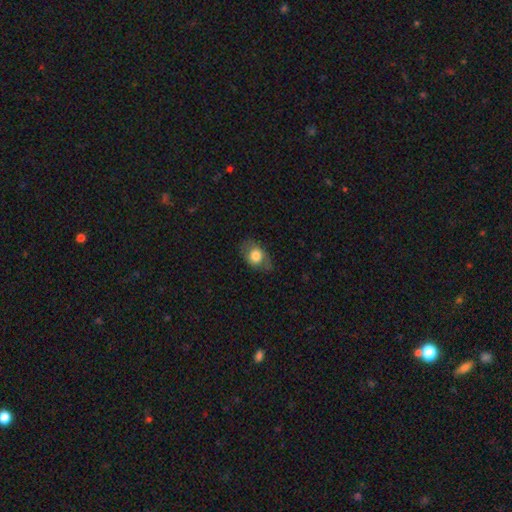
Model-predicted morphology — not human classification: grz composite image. It shows a smooth galaxy with no disk features (71%) that is in between round and cigar-shaped (77%). Merging: none (73%).